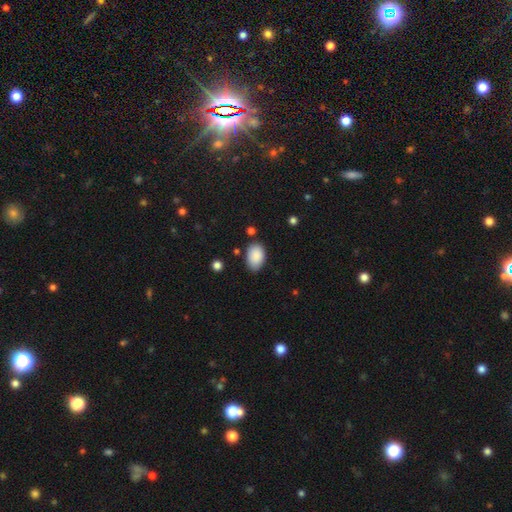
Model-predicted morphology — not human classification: Smooth or featured? smooth (88%)
How rounded? in between (91%)
Merging? none (74%)